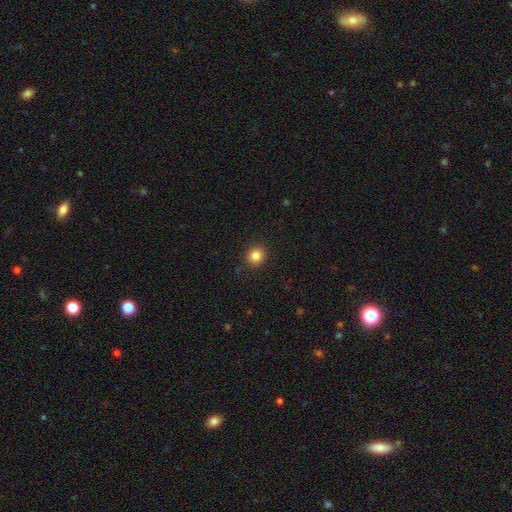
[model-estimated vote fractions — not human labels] Overall: smooth (84%). How rounded: round (90%). Merging: none (91%).